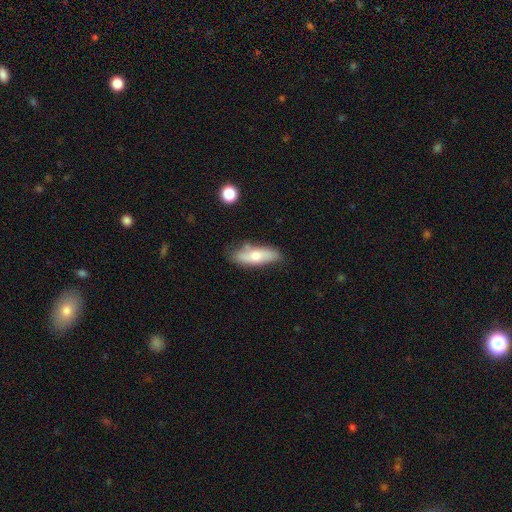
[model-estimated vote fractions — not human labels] This appears to be a smooth galaxy with no disk features (60%) that is in between round and cigar-shaped (58%). Merging: none (74%).